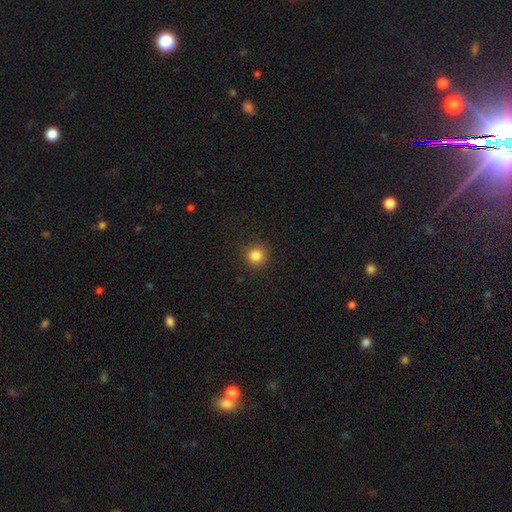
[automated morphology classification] type=smooth (84%); roundness=round (94%); merging=none (91%).